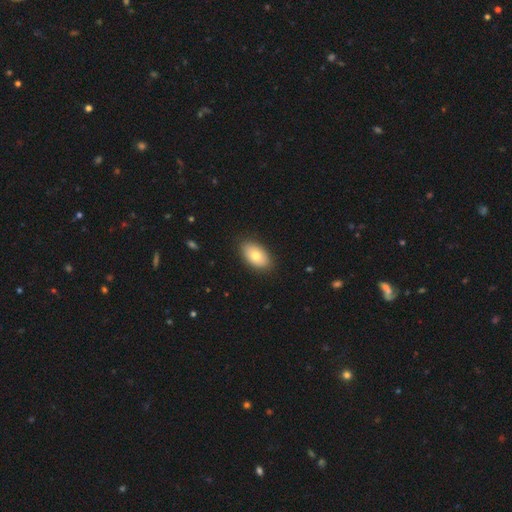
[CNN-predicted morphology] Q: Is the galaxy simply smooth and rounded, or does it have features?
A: smooth — 77%.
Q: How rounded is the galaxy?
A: in between — 93%.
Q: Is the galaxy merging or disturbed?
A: none — 87%.